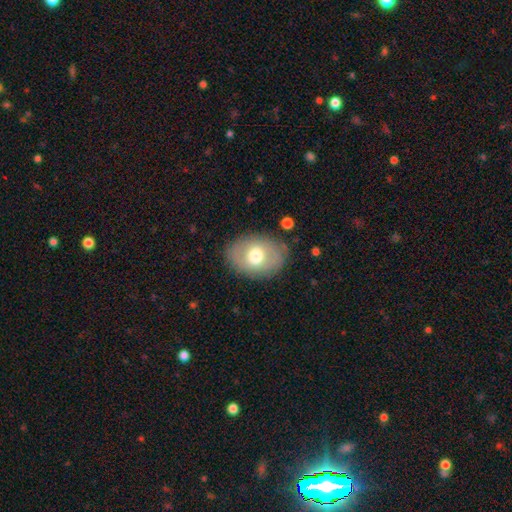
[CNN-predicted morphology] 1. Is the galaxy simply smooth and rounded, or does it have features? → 64% smooth, 28% featured or disk, 7% star or artifact.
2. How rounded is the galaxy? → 74% in between, 25% round, 1% cigar-shaped.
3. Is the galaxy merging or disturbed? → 81% none, 13% minor disturbance, 5% major disturbance, 2% merger.